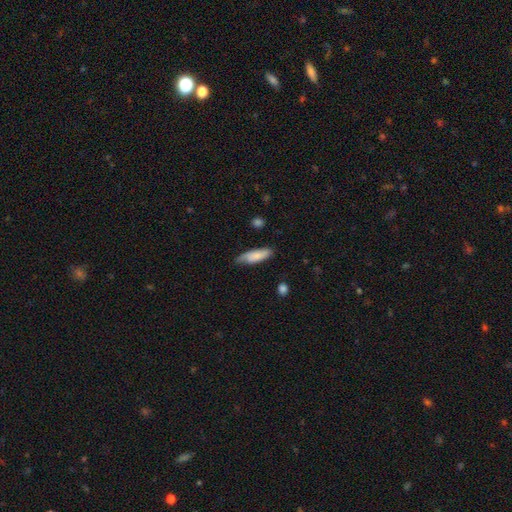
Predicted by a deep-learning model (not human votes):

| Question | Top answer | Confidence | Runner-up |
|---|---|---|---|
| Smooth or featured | smooth | 74% | featured or disk (19%) |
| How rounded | in between | 56% | cigar-shaped (42%) |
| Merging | none | 62% | minor disturbance (29%) |